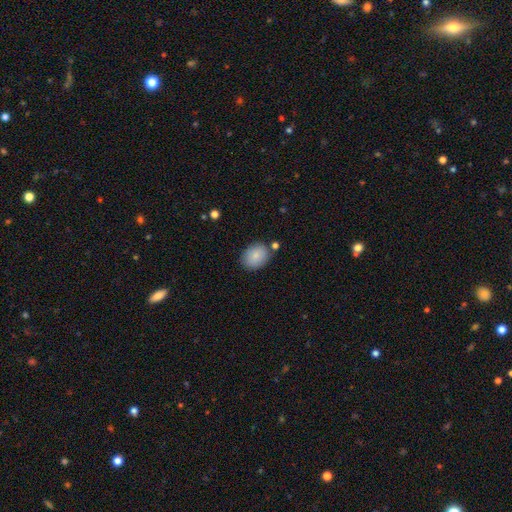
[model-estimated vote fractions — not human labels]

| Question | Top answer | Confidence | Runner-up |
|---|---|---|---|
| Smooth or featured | smooth | 85% | star or artifact (7%) |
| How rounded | in between | 63% | round (36%) |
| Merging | none | 80% | minor disturbance (12%) |